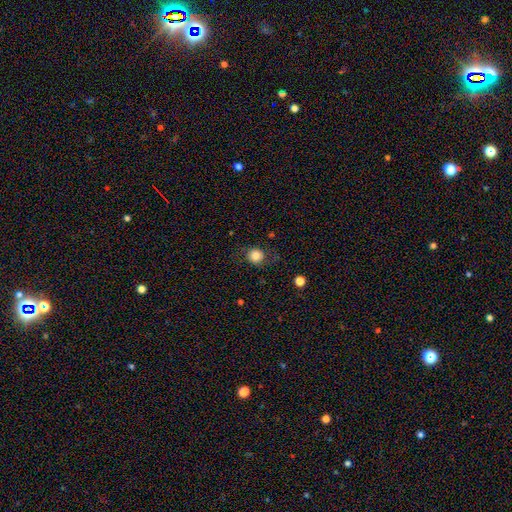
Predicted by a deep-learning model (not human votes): Smooth or featured? smooth (80%)
How rounded? round (86%)
Merging? none (78%)